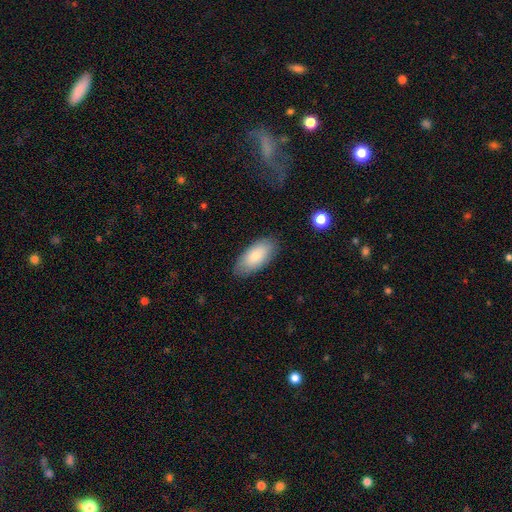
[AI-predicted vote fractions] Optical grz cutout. It shows a smooth galaxy with no disk features (84%) that is in between round and cigar-shaped (91%). Merging: none (84%).